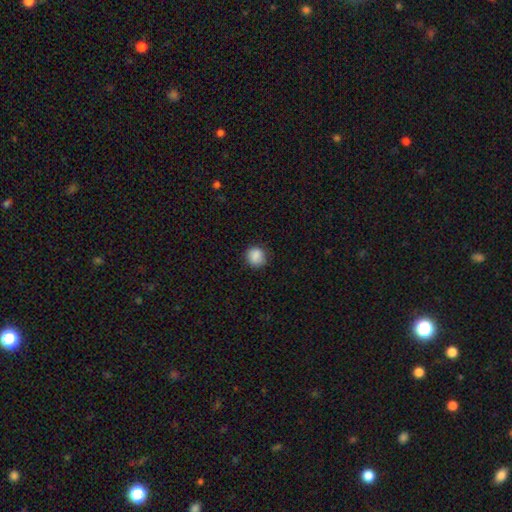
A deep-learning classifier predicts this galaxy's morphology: smooth-or-featured: smooth: 87% | star or artifact: 9% | featured or disk: 4%
  how-rounded: round: 88% | in between: 11% | cigar-shaped: 1%
  merging: none: 84% | minor disturbance: 12% | major disturbance: 3% | merger: 1%